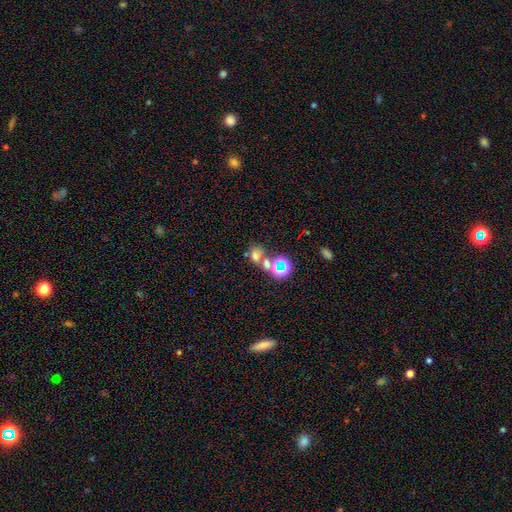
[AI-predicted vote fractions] smooth-or-featured: smooth: 55% | star or artifact: 31% | featured or disk: 14%
  how-rounded: round: 50% | in between: 49% | cigar-shaped: 2%
  merging: merger: 42% | none: 41% | minor disturbance: 10% | major disturbance: 7%